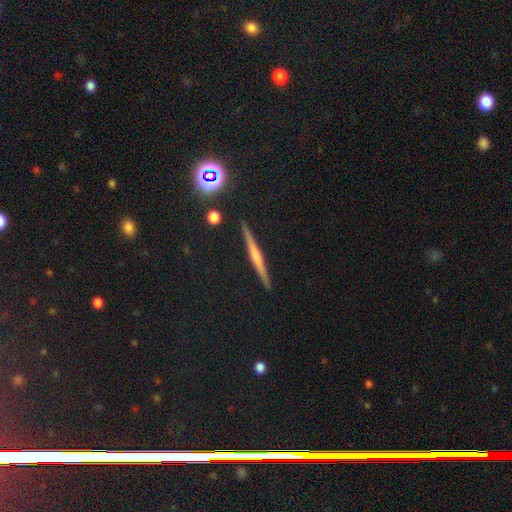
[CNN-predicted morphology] Smooth or featured? featured or disk (58%)
Edge-on disk? yes (98%)
Edge-on bulge? rounded (44%)
Merging? none (92%)